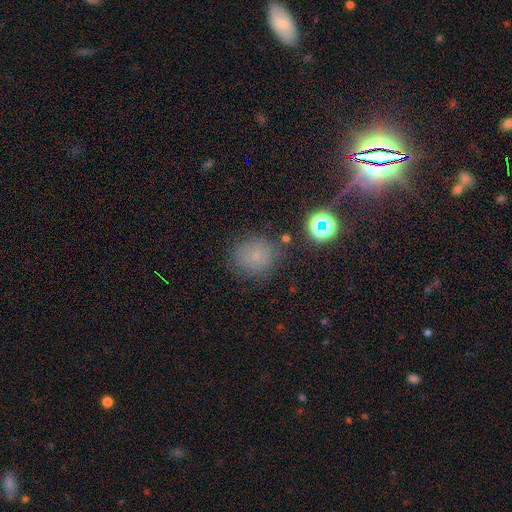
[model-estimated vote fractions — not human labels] Smooth or featured?
  - smooth: 59% *
  - star or artifact: 25%
  - featured or disk: 16%
How rounded?
  - round: 85% *
  - in between: 14%
  - cigar-shaped: 1%
Merging?
  - none: 76% *
  - minor disturbance: 15%
  - major disturbance: 6%
  - merger: 3%